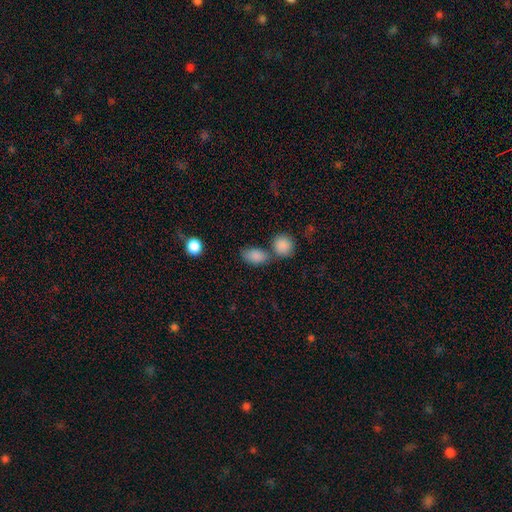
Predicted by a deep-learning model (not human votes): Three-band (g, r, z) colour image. It shows a smooth galaxy with no disk features (86%) that is in between round and cigar-shaped (86%). Merging: none (53%).